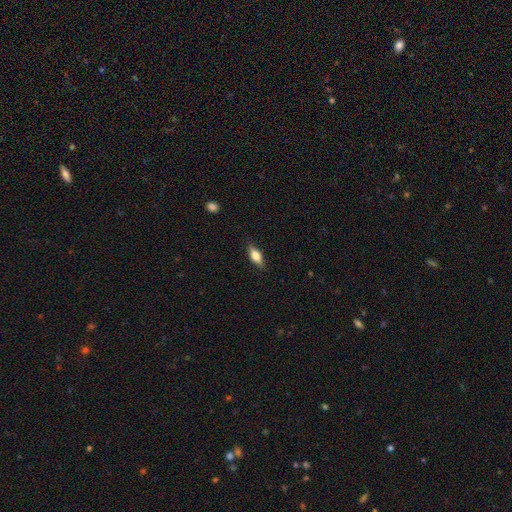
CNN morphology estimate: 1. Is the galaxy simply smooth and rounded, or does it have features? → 63% smooth, 30% featured or disk, 7% star or artifact.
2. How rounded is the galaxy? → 70% in between, 26% cigar-shaped, 4% round.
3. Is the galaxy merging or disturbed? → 85% none, 12% minor disturbance, 2% major disturbance, 1% merger.